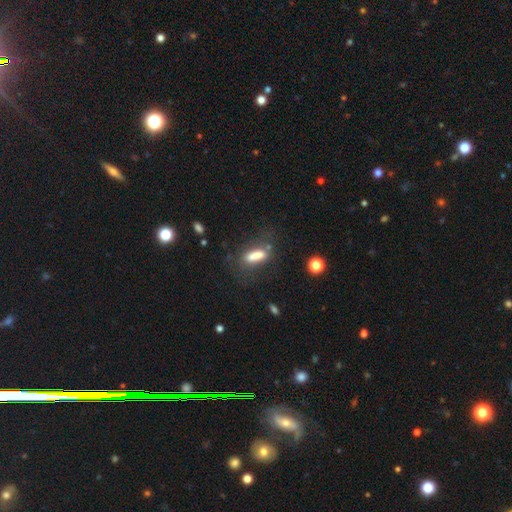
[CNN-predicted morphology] type=smooth (73%); roundness=cigar-shaped (52%); merging=none (61%).